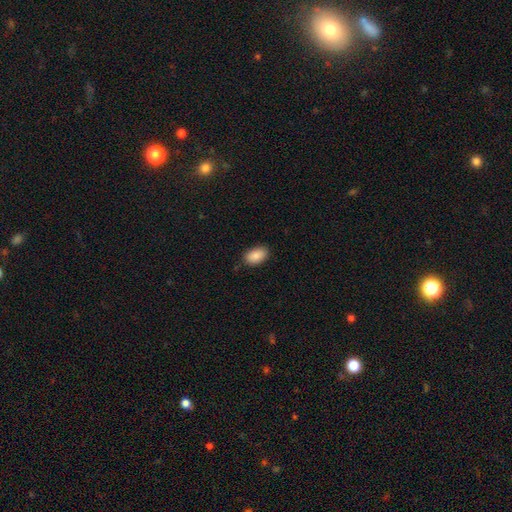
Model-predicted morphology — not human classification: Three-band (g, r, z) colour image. It shows a smooth galaxy with no disk features (88%) that is in between round and cigar-shaped (92%). Merging: none (84%).